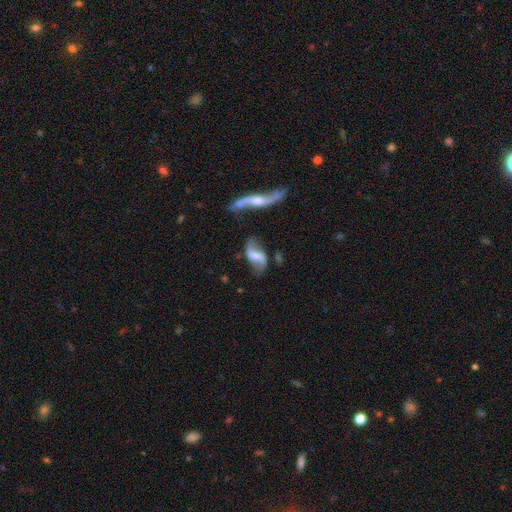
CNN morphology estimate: Q: Smooth or featured?
A: featured or disk (76%); runner-up: smooth (18%)
Q: Edge-on disk?
A: no (94%); runner-up: yes (6%)
Q: Bar?
A: weak (49%); runner-up: no (28%)
Q: Spiral arms?
A: yes (92%); runner-up: no (8%)
Q: Spiral winding?
A: loose (77%); runner-up: medium (18%)
Q: Spiral arm count?
A: 2 (91%); runner-up: can't tell (4%)
Q: Bulge size?
A: small (31%); tied with: none (31%)
Q: Merging?
A: none (63%); runner-up: minor disturbance (20%)